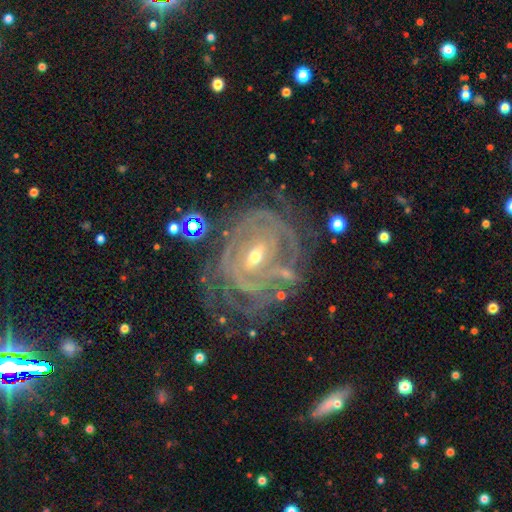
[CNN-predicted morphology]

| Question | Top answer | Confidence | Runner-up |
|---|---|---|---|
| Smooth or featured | featured or disk | 88% | star or artifact (6%) |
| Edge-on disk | no | 96% | yes (4%) |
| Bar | weak | 47% | strong (27%) |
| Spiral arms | yes | 93% | no (7%) |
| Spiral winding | tight | 73% | medium (21%) |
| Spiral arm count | can't tell | 39% | 4 (16%) |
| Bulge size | small | 59% | moderate (37%) |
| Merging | none | 59% | minor disturbance (22%) |